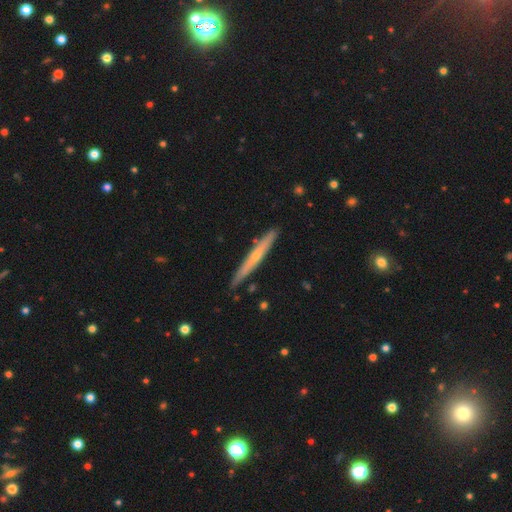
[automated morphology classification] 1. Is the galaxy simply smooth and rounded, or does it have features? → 57% featured or disk, 37% smooth, 6% star or artifact.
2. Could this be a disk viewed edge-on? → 95% yes, 5% no.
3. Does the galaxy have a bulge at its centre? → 55% rounded, 42% none, 2% boxy.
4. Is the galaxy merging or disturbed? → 87% none, 10% minor disturbance, 2% merger, 1% major disturbance.